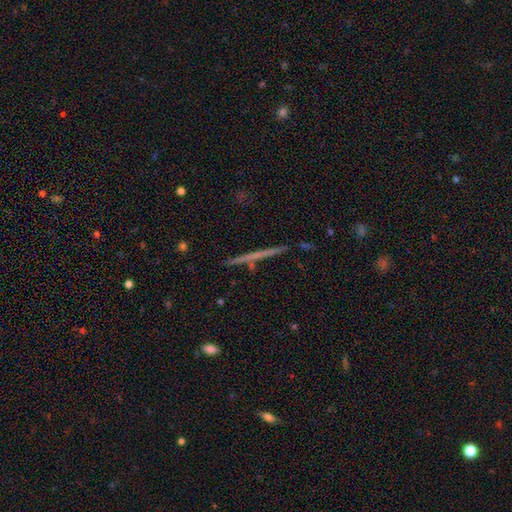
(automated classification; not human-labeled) smooth_or_featured: featured or disk (p=0.58) [alt: smooth p=0.33]
disk_edge_on: yes (p=0.97) [alt: no p=0.03]
edge_on_bulge: none (p=0.87) [alt: rounded p=0.09]
merging: none (p=0.90) [alt: minor disturbance p=0.07]